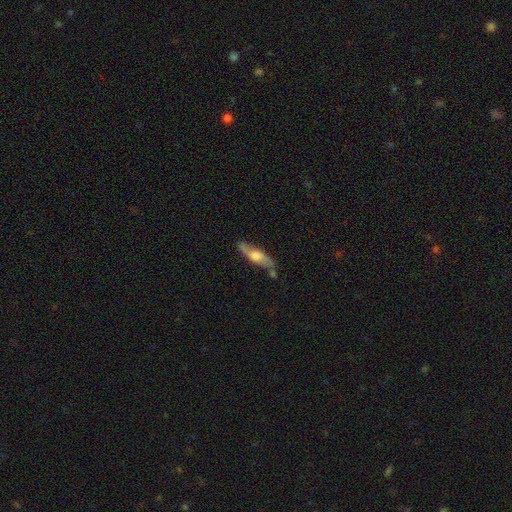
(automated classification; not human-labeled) A featured or disk galaxy (59%) viewed edge-on (61%). Merging: none (73%).